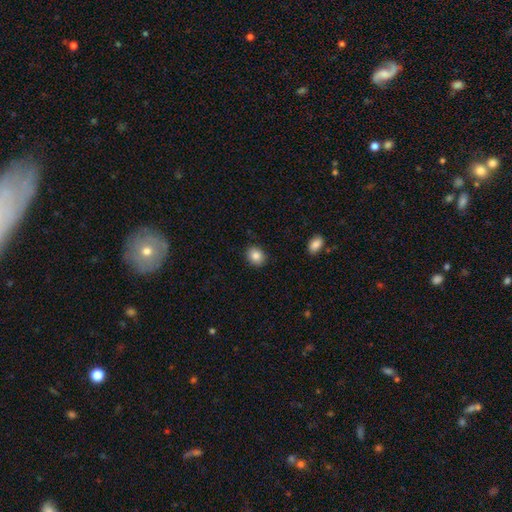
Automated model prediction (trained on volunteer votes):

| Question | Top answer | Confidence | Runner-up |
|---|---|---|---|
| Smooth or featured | smooth | 85% | star or artifact (9%) |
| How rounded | round | 54% | in between (45%) |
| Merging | none | 90% | minor disturbance (7%) |